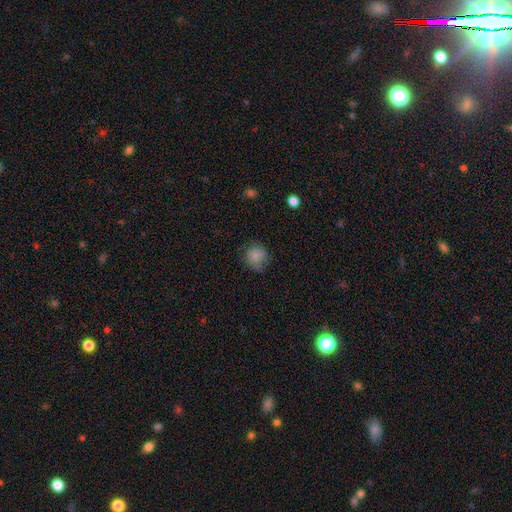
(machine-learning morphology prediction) This appears to be a smooth galaxy with no disk features (84%) that is round (86%). Merging: none (71%).